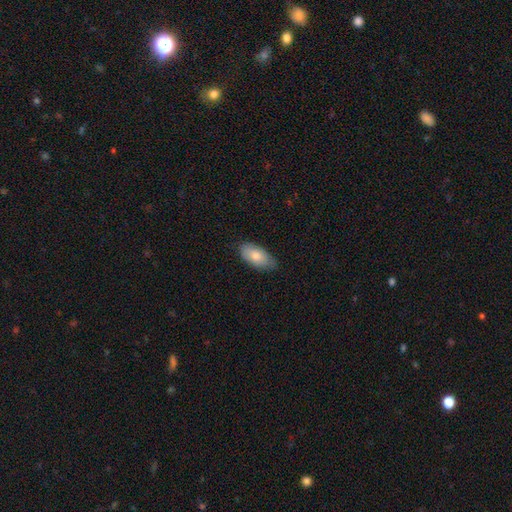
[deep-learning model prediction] smooth-or-featured: smooth: 79% | featured or disk: 15% | star or artifact: 6%
  how-rounded: in between: 93% | cigar-shaped: 4% | round: 3%
  merging: none: 80% | minor disturbance: 17% | major disturbance: 3% | merger: 1%